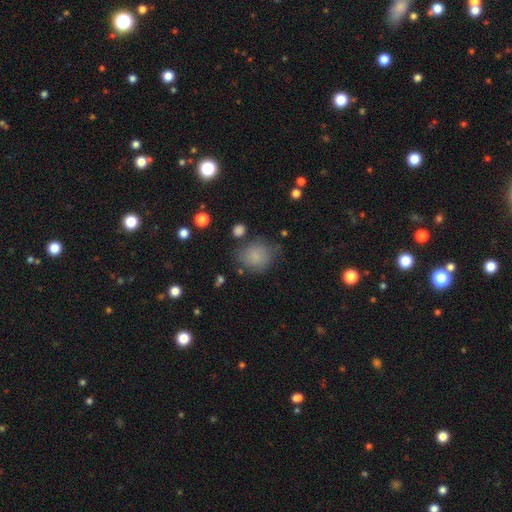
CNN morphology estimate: smooth 79%, star or artifact 12%, featured or disk 10%. Down the decision tree: how rounded — round (67%); merging — none (64%).